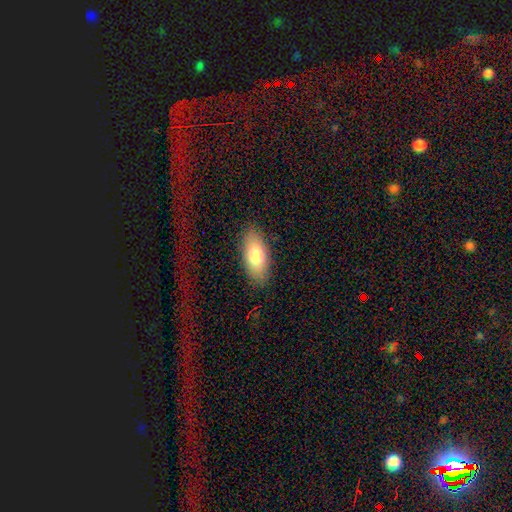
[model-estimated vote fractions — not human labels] This is likely a smooth galaxy (77%). How rounded: clearly in between (86%). Merging: clearly none (87%).